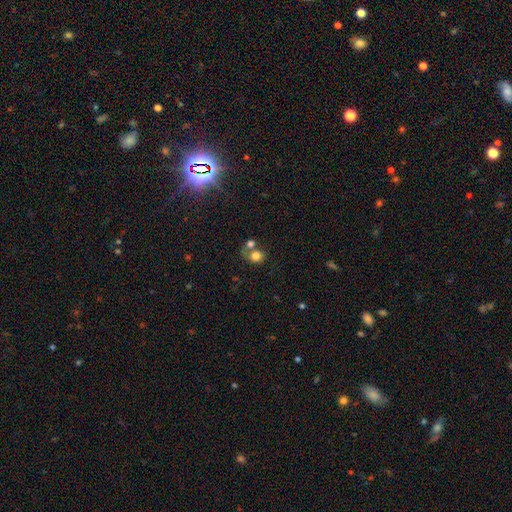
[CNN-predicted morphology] A smooth galaxy with no disk features (75%) that is round (66%).

Vote fractions:
- Smooth or featured? smooth: 75% / featured or disk: 13% / star or artifact: 11%
- How rounded? round: 66% / in between: 33% / cigar-shaped: 1%
- Merging? merger: 44% / none: 35% / minor disturbance: 12% / major disturbance: 9%